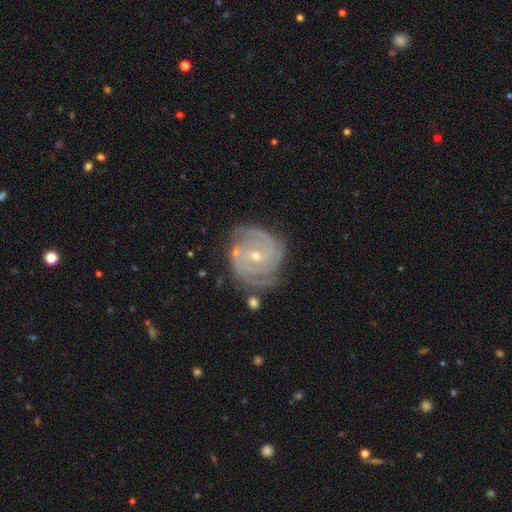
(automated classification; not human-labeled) The model was most divided on "spiral arm count": 3: 35%, 2: 27%, 4: 15%, can't tell: 13%, more than 4: 5%, 1: 5%. More confident: spiral arms — yes (98%); edge-on disk — no (98%); smooth or featured — featured or disk (90%); spiral winding — tight (80%); merging — none (73%); bulge size — small (60%); bar — no (58%).